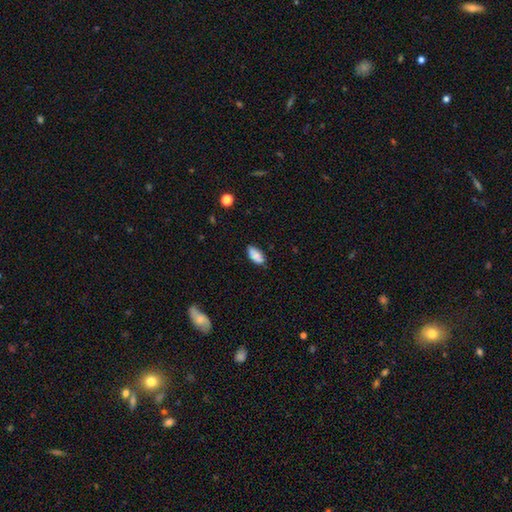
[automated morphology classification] Overall: smooth (87%). How rounded: in between (92%). Merging: none (78%).